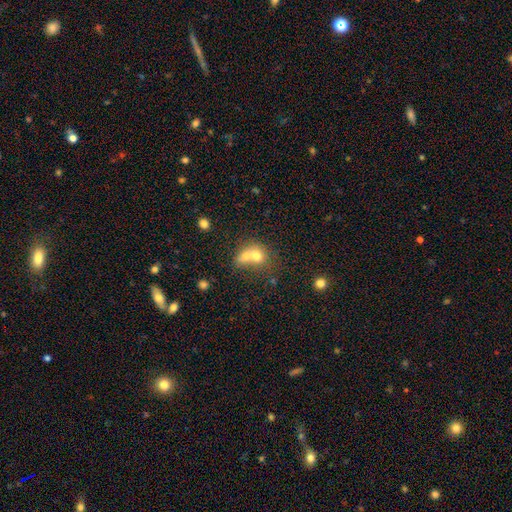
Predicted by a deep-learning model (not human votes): A smooth galaxy with no disk features (69%) that is round (57%). Merging: merger (71%).